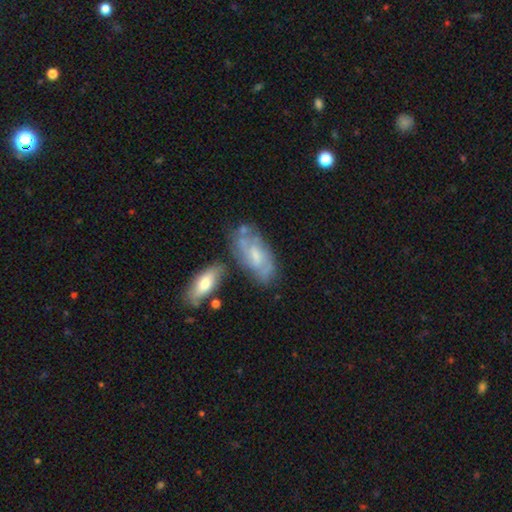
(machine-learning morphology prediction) The model was most divided on "bar": no: 53%, weak: 40%, strong: 7%. Remaining: edge-on disk — no (91%); spiral arms — yes (75%); smooth or featured — featured or disk (60%); merging — none (55%); bulge size — small (49%).